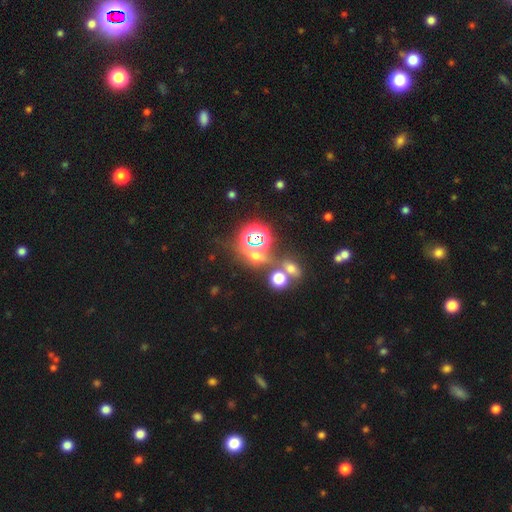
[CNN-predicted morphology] Smooth or featured: star or artifact — 59% (smooth — 31%)